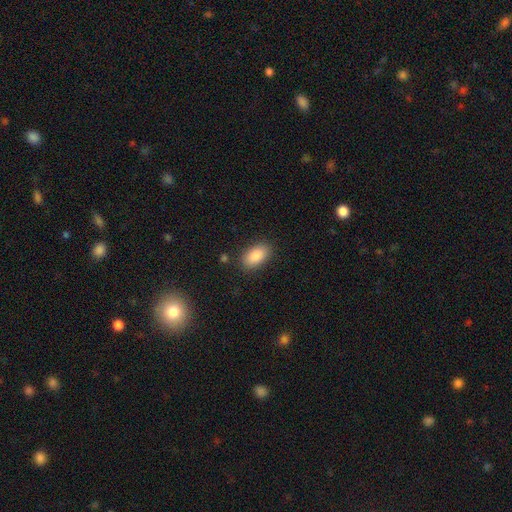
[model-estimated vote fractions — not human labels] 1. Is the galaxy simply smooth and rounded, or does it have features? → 87% smooth, 7% star or artifact, 5% featured or disk.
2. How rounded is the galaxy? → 93% in between, 5% round, 3% cigar-shaped.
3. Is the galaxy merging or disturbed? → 86% none, 10% minor disturbance, 3% major disturbance, 2% merger.